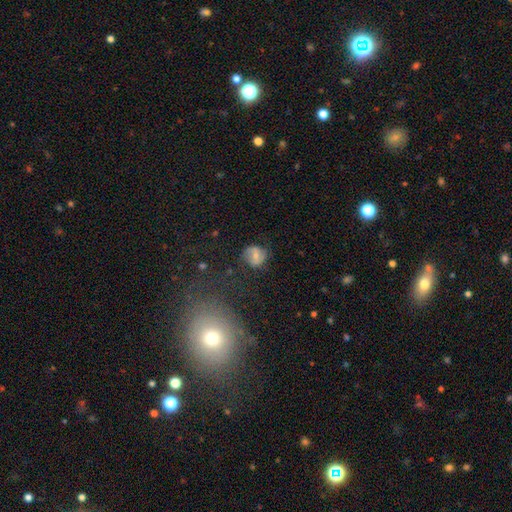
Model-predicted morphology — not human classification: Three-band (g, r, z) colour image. It shows a smooth galaxy with no disk features (56%) that is round (74%). Merging: none (72%).